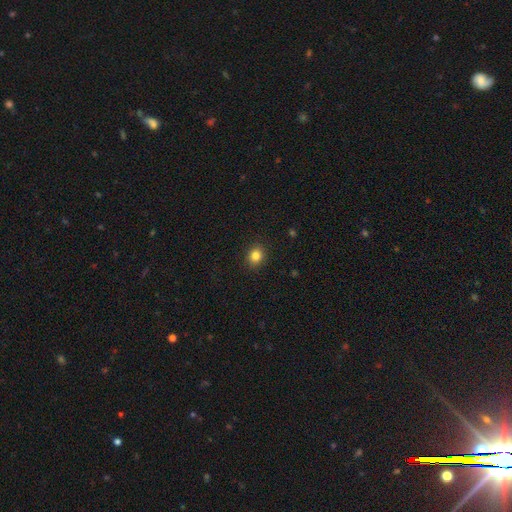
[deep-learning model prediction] This appears to be a smooth galaxy with no disk features (83%) that is round (71%). Merging: none (90%).